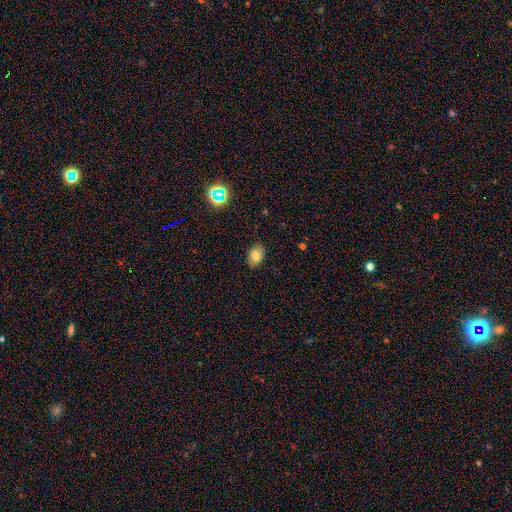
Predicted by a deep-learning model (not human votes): smooth-or-featured: smooth: 78% | star or artifact: 11% | featured or disk: 11%
  how-rounded: in between: 82% | round: 17% | cigar-shaped: 1%
  merging: none: 86% | minor disturbance: 10% | major disturbance: 2% | merger: 1%